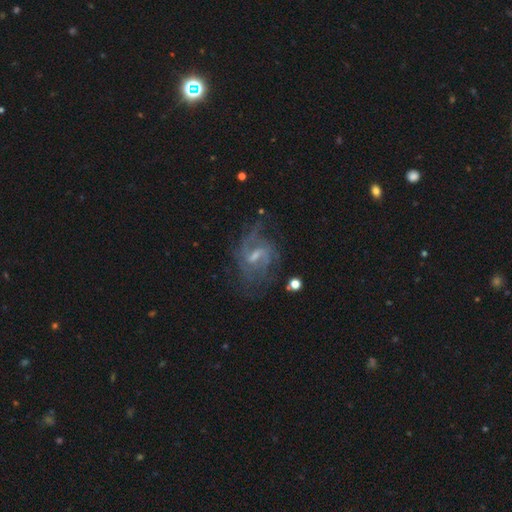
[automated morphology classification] smooth_or_featured: featured or disk (p=0.80) [alt: smooth p=0.11]
disk_edge_on: no (p=0.96) [alt: yes p=0.04]
bar: weak (p=0.59) [alt: strong p=0.24]
has_spiral_arms: yes (p=0.89) [alt: no p=0.11]
spiral_winding: medium (p=0.45) [alt: loose p=0.28]
spiral_arm_count: 2 (p=0.42) [alt: can't tell p=0.30]
bulge_size: small (p=0.43) [alt: moderate p=0.37]
merging: none (p=0.56) [alt: major disturbance p=0.21]